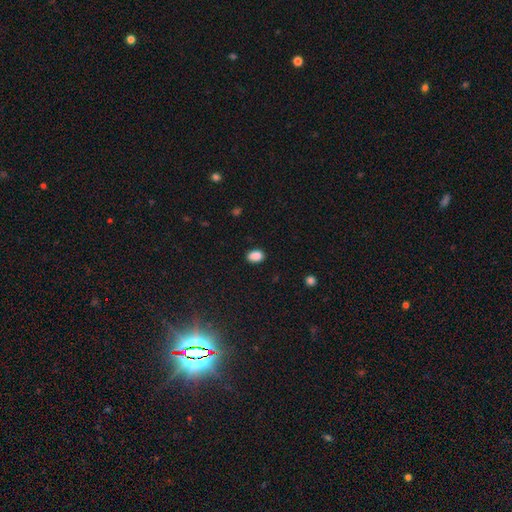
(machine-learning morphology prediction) This appears to be a smooth galaxy with no disk features (87%) that is in between round and cigar-shaped (78%). Merging: none (84%).